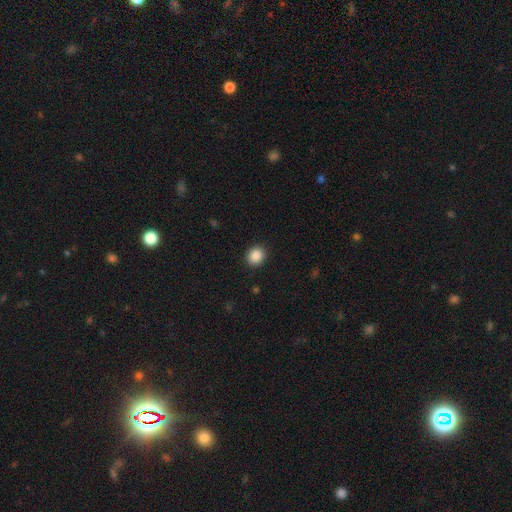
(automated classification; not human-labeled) smooth 88%, star or artifact 9%, featured or disk 3%. Down the decision tree: how rounded — round (77%); merging — none (91%).